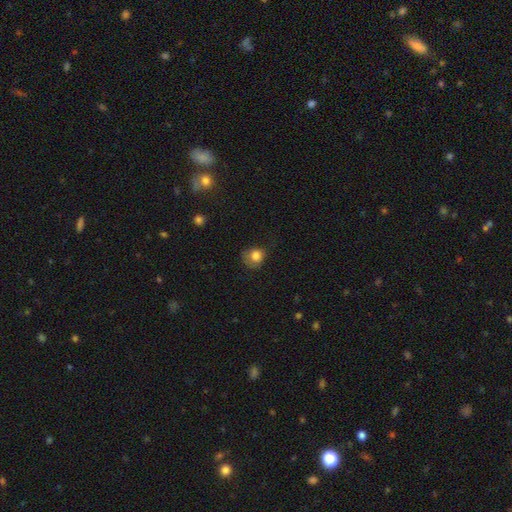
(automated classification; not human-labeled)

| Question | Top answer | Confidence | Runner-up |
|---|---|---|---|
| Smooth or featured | smooth | 78% | featured or disk (11%) |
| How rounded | round | 73% | in between (26%) |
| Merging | none | 46% | minor disturbance (31%) |